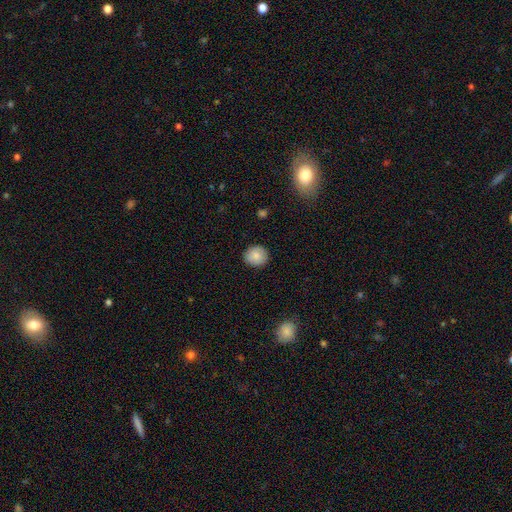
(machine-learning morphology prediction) smooth_or_featured: smooth (p=0.86) [alt: star or artifact p=0.08]
how_rounded: round (p=0.82) [alt: in between p=0.18]
merging: none (p=0.88) [alt: minor disturbance p=0.09]